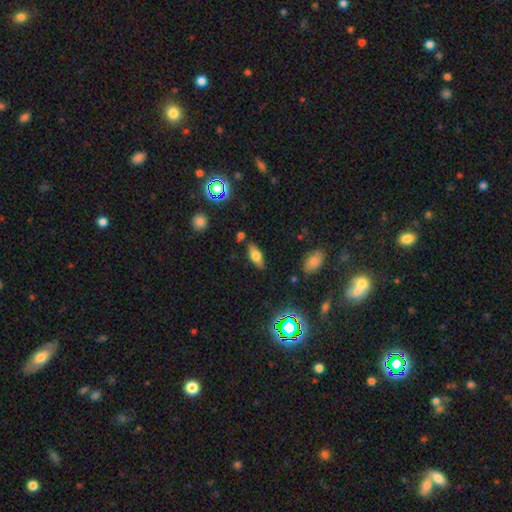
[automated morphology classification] Overall: smooth (60%; featured or disk 30%). How rounded: in between (71%). Merging: none (81%).